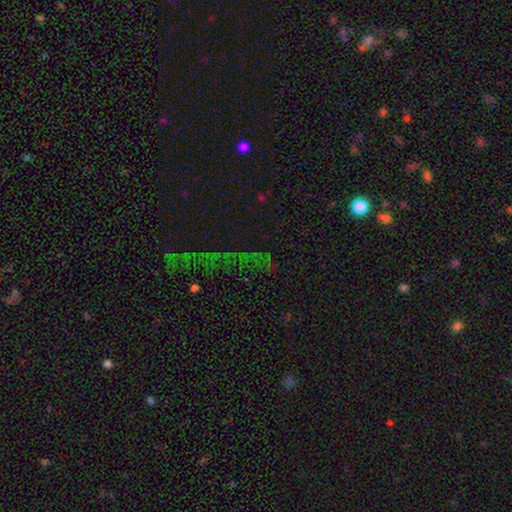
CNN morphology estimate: Smooth or featured?
  - star or artifact: 75% *
  - smooth: 14%
  - featured or disk: 11%